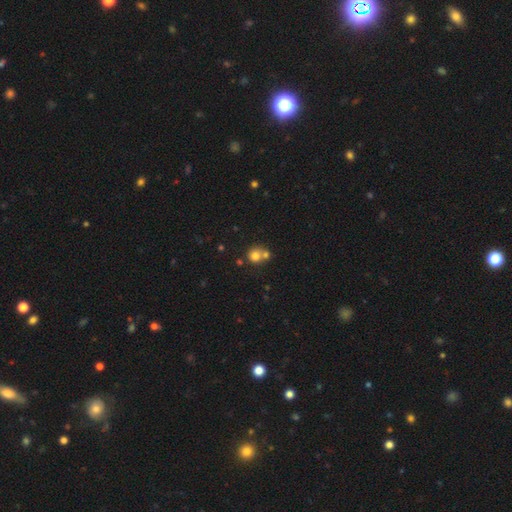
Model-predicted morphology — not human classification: Q: Smooth or featured?
A: smooth (76%); runner-up: star or artifact (12%)
Q: How rounded?
A: round (85%); runner-up: in between (14%)
Q: Merging?
A: none (46%); runner-up: merger (43%)